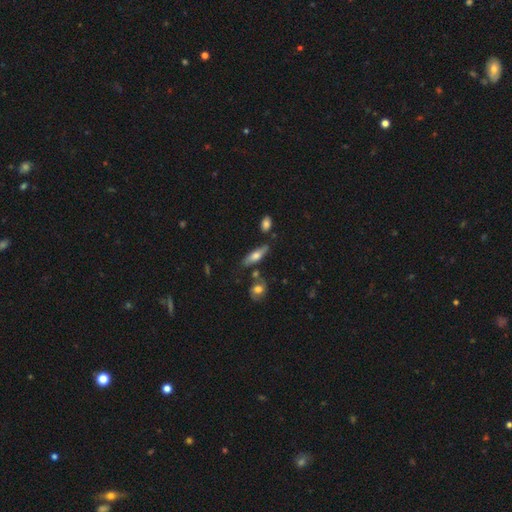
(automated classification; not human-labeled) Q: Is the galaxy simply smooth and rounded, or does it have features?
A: smooth — 58%.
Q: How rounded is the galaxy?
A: cigar-shaped — 54%.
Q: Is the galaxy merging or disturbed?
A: none — 72%.